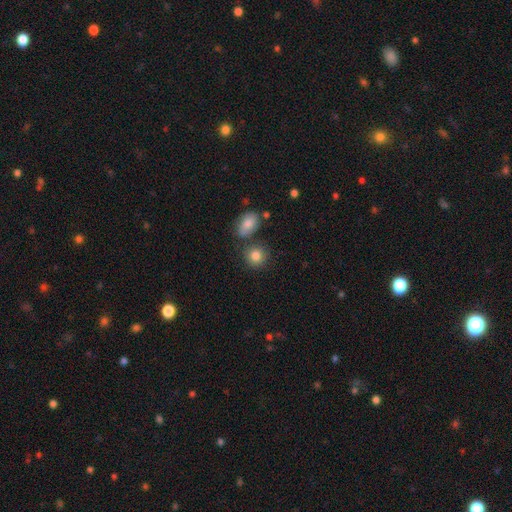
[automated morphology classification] Overall: smooth (84%). How rounded: round (80%). Merging: none (72%).